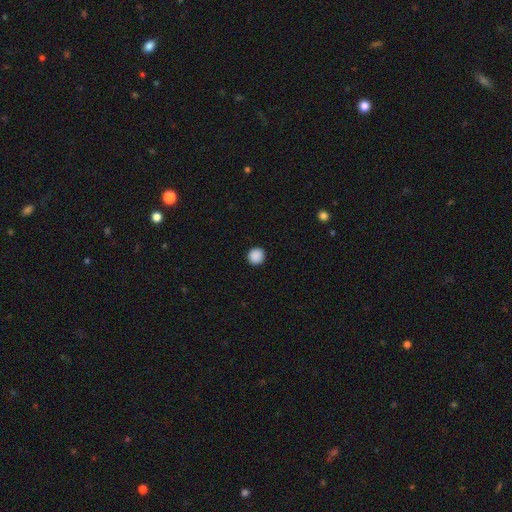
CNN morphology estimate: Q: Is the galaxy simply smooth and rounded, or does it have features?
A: smooth — 89%.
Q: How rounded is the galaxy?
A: round — 95%.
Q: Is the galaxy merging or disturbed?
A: none — 93%.